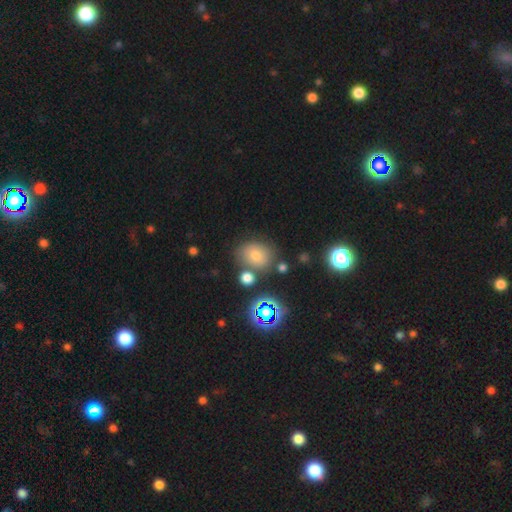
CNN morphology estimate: Overall: smooth (64%). How rounded: round (52%; in between 47%). Merging: none (71%).